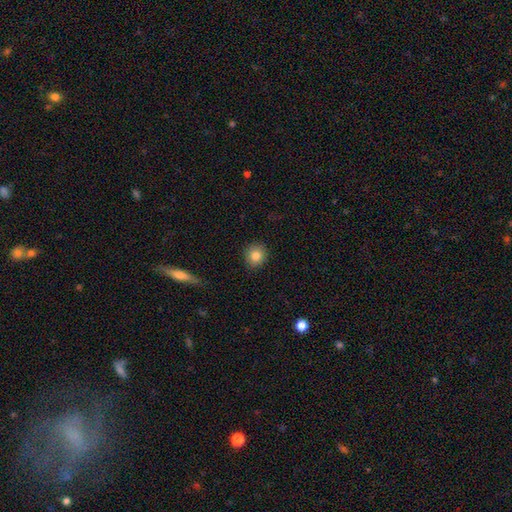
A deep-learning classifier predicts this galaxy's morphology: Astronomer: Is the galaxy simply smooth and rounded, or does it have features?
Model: smooth — 83%.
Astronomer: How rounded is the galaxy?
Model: round — 85%.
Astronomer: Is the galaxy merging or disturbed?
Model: none — 90%.